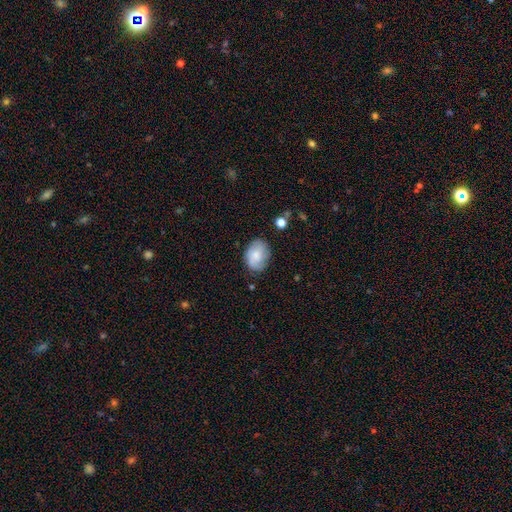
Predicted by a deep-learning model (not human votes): Morphology: type=smooth (68%); roundness=in between (75%); merging=none (72%).